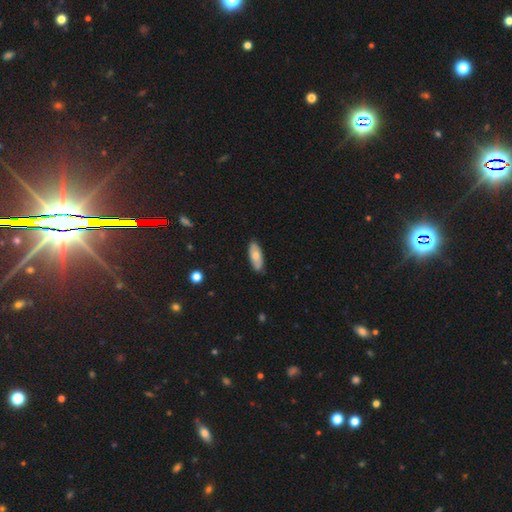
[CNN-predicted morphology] smooth 72%, featured or disk 22%, star or artifact 6%. Down the decision tree: how rounded — in between (72%); merging — none (83%).